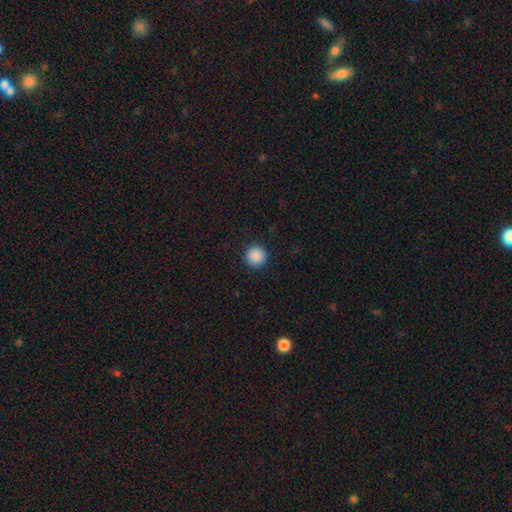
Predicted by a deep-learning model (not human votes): Smooth or featured?
  - smooth: 89% *
  - star or artifact: 9%
  - featured or disk: 2%
How rounded?
  - round: 96% *
  - in between: 3%
  - cigar-shaped: 1%
Merging?
  - none: 93% *
  - minor disturbance: 5%
  - major disturbance: 2%
  - merger: 1%